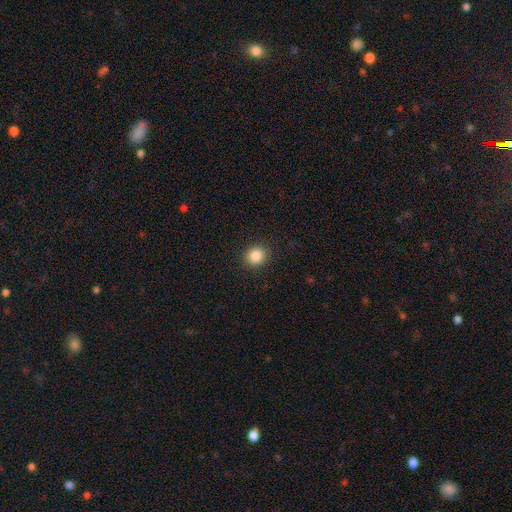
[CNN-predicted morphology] Smooth or featured?
  - smooth: 86% *
  - star or artifact: 10%
  - featured or disk: 4%
How rounded?
  - round: 82% *
  - in between: 17%
  - cigar-shaped: 1%
Merging?
  - none: 91% *
  - minor disturbance: 6%
  - major disturbance: 2%
  - merger: 1%